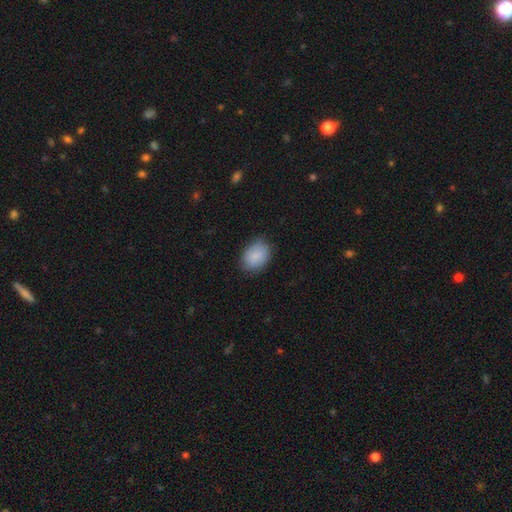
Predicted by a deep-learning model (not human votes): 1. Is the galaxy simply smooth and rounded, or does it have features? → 87% smooth, 6% star or artifact, 6% featured or disk.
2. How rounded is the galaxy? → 74% in between, 25% round, 1% cigar-shaped.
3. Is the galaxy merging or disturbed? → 79% none, 16% minor disturbance, 4% major disturbance, 1% merger.